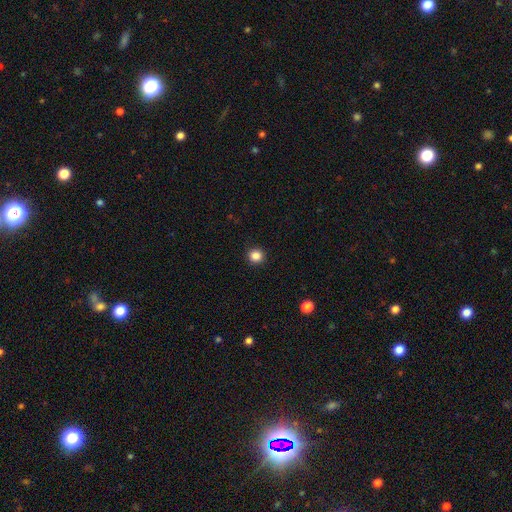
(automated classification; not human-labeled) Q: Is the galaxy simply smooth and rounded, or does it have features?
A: smooth — 86%.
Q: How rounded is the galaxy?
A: round — 93%.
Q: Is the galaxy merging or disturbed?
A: none — 93%.